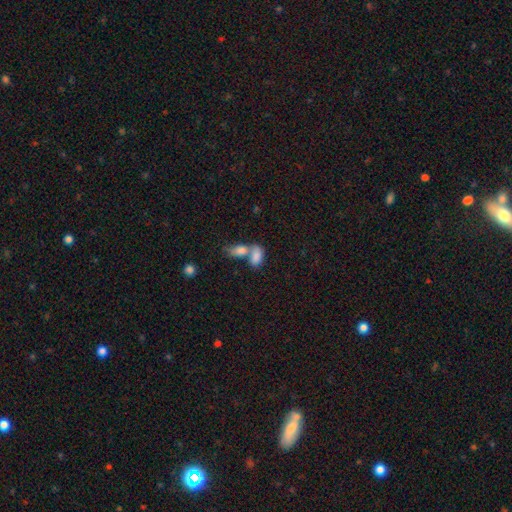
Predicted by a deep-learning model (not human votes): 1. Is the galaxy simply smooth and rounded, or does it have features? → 82% smooth, 11% featured or disk, 7% star or artifact.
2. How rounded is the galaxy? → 90% in between, 6% round, 4% cigar-shaped.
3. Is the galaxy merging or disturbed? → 66% merger, 22% none, 8% minor disturbance, 4% major disturbance.